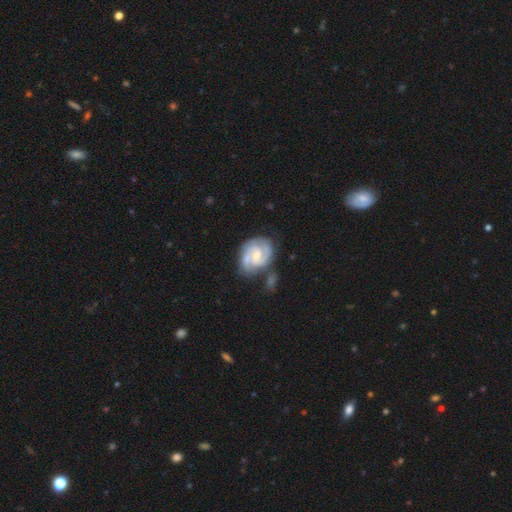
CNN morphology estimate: Q: Smooth or featured?
A: featured or disk (86%); runner-up: smooth (10%)
Q: Edge-on disk?
A: no (98%); runner-up: yes (2%)
Q: Bar?
A: weak (50%); runner-up: no (40%)
Q: Spiral arms?
A: yes (97%); runner-up: no (3%)
Q: Spiral winding?
A: tight (52%); runner-up: medium (41%)
Q: Spiral arm count?
A: 2 (68%); runner-up: 3 (17%)
Q: Bulge size?
A: moderate (45%); runner-up: small (42%)
Q: Merging?
A: none (59%); runner-up: minor disturbance (21%)